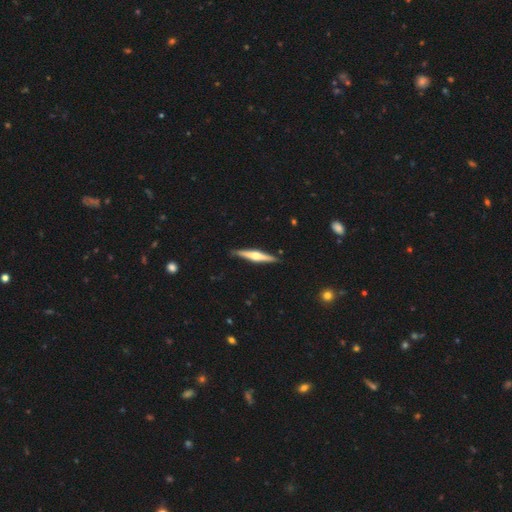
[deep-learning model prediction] smooth_or_featured: featured or disk (p=0.70) [alt: smooth p=0.25]
disk_edge_on: yes (p=0.98) [alt: no p=0.02]
edge_on_bulge: rounded (p=0.89) [alt: boxy p=0.07]
merging: none (p=0.89) [alt: minor disturbance p=0.08]